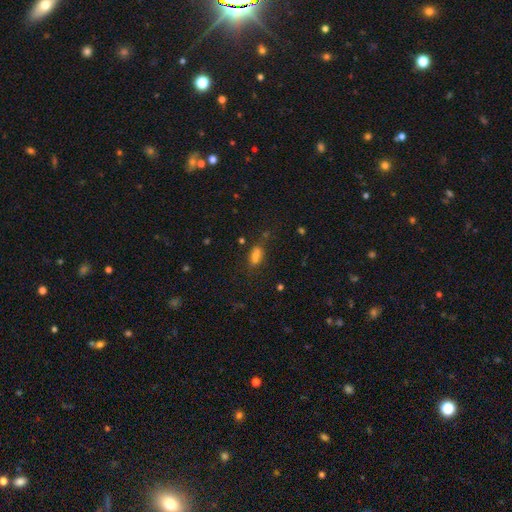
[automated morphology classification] Q: Smooth or featured?
A: smooth (68%); runner-up: star or artifact (19%)
Q: How rounded?
A: in between (70%); runner-up: cigar-shaped (22%)
Q: Merging?
A: none (56%); runner-up: minor disturbance (21%)